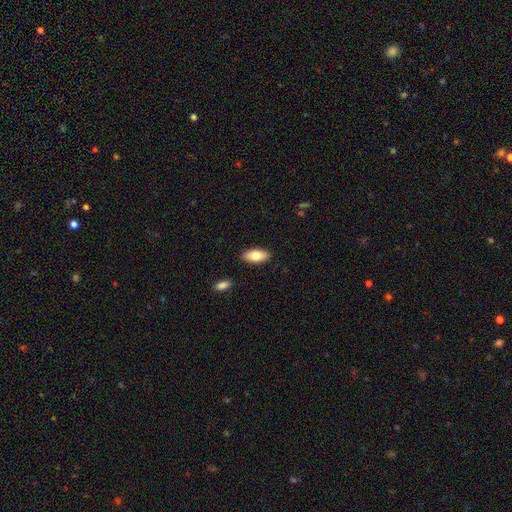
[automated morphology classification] type=smooth (78%); roundness=in between (89%); merging=none (89%).